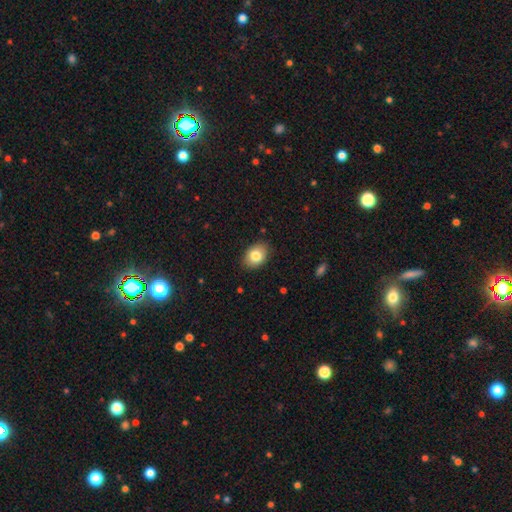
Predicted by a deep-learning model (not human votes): smooth-or-featured: smooth: 82% | featured or disk: 10% | star or artifact: 8%
  how-rounded: in between: 74% | round: 25% | cigar-shaped: 1%
  merging: none: 86% | minor disturbance: 11% | major disturbance: 2% | merger: 1%